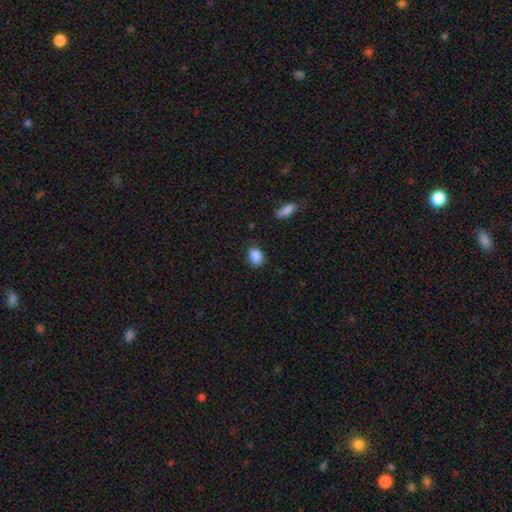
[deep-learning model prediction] smooth_or_featured: smooth (p=0.88) [alt: star or artifact p=0.08]
how_rounded: in between (p=0.67) [alt: round p=0.32]
merging: none (p=0.79) [alt: minor disturbance p=0.16]